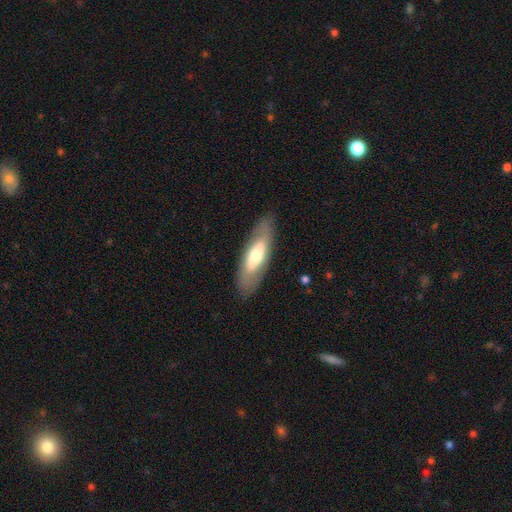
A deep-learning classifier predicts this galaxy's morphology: This appears to be a smooth galaxy with no disk features (51%) that is in between round and cigar-shaped (61%). Merging: none (83%).